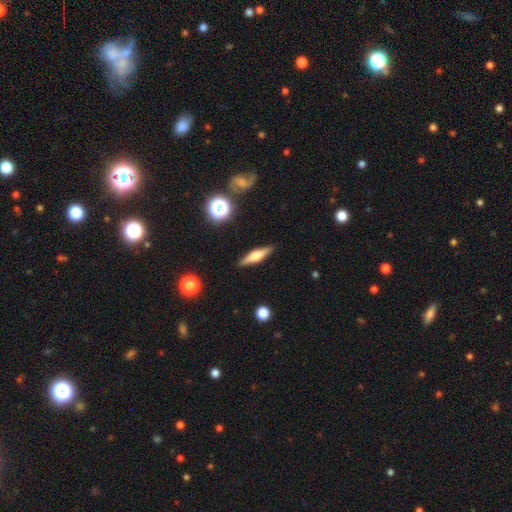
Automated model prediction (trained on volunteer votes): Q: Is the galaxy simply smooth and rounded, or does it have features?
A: featured or disk — 56%.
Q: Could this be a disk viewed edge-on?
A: yes — 95%.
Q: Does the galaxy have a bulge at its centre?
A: rounded — 87%.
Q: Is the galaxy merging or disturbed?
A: none — 89%.